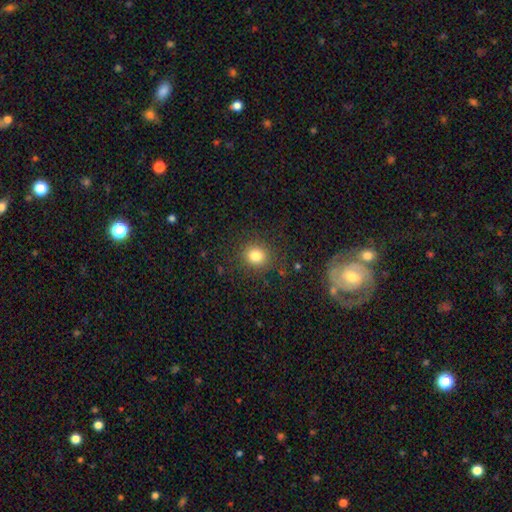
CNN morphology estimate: A smooth galaxy with no disk features (81%) that is round (81%). Merging: none (87%).